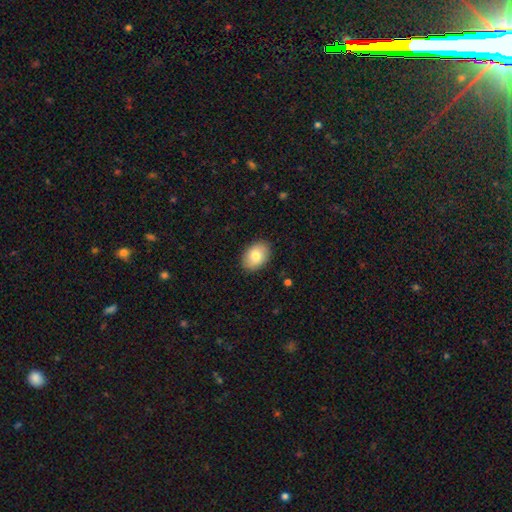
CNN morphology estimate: smooth_or_featured: smooth (p=0.80) [alt: featured or disk p=0.13]
how_rounded: in between (p=0.82) [alt: round p=0.17]
merging: none (p=0.89) [alt: minor disturbance p=0.08]